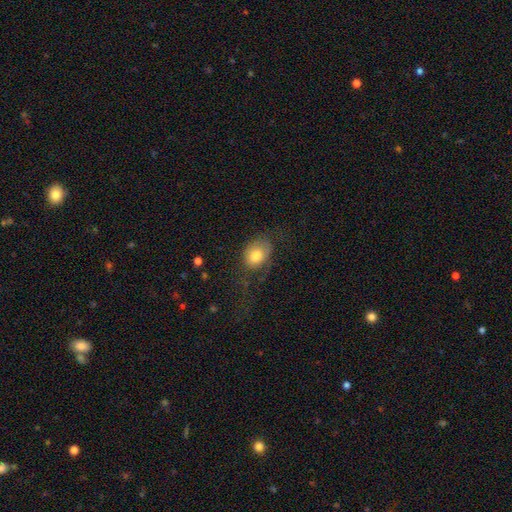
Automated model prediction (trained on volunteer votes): Q: Smooth or featured?
A: smooth (74%); runner-up: featured or disk (17%)
Q: How rounded?
A: in between (70%); runner-up: round (29%)
Q: Merging?
A: none (45%); runner-up: major disturbance (28%)